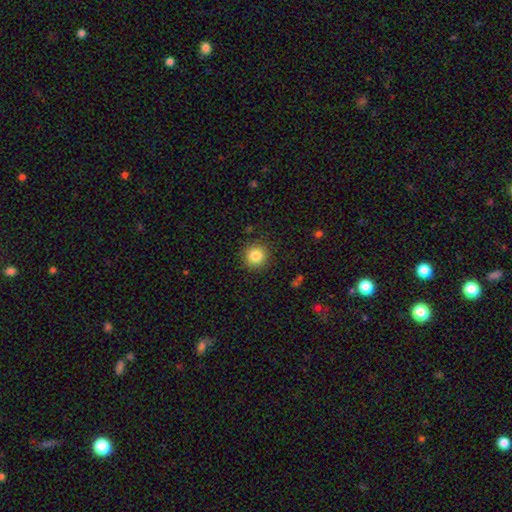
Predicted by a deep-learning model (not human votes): Smooth or featured? Predicted: smooth (p=0.84). How rounded? Predicted: round (p=0.94). Merging? Predicted: none (p=0.90).